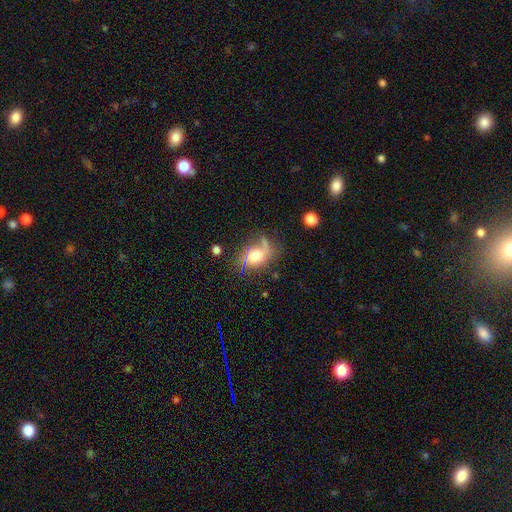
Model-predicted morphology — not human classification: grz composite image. It shows a featured or disk galaxy (47%). Merging: none (52%).